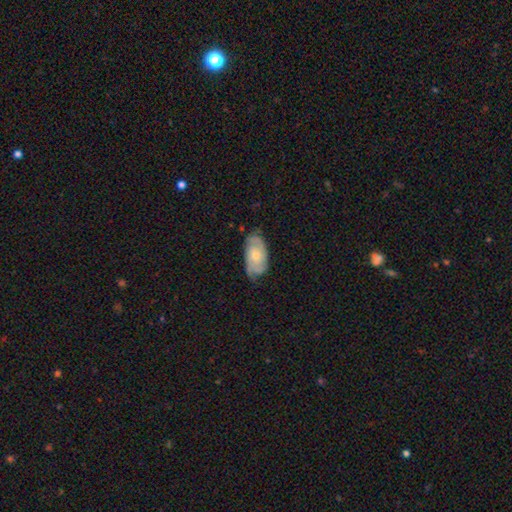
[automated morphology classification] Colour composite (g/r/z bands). It shows a featured or disk galaxy (64%) with no bar (78%), 2 (40%) tight (53%) spiral arms (88%) and a moderate central bulge (47%). Merging: none (66%).